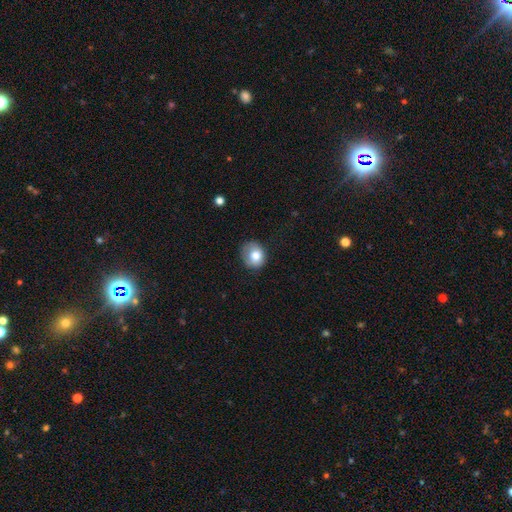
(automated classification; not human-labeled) Smooth or featured? Predicted: smooth (p=0.76). How rounded? Predicted: round (p=0.68). Merging? Predicted: none (p=0.65).